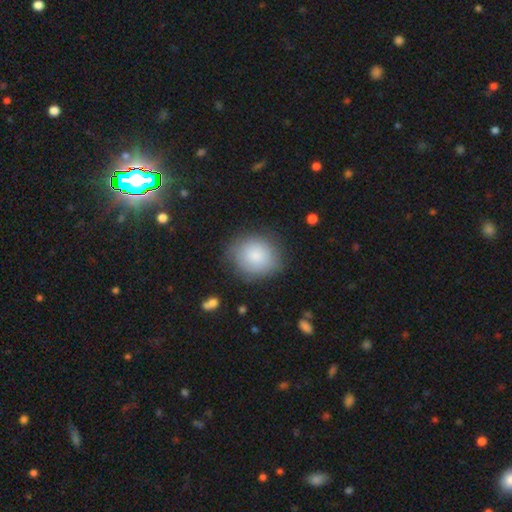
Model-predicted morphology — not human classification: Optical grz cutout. It shows a smooth galaxy with no disk features (83%) that is round (73%). Merging: none (74%).